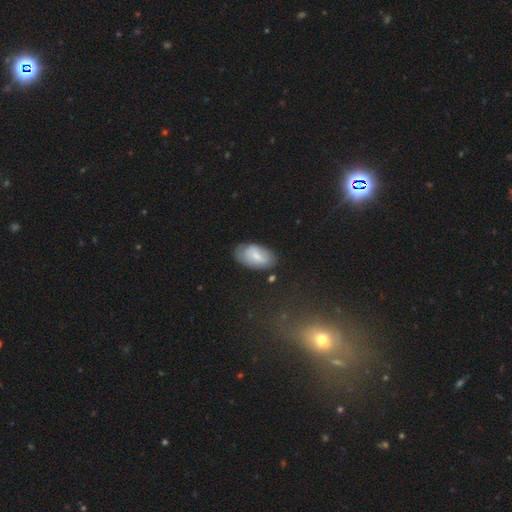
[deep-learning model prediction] The model was most divided on "smooth or featured": smooth: 62%, featured or disk: 31%, star or artifact: 7%. More confident: how rounded — in between (94%); merging — none (70%).